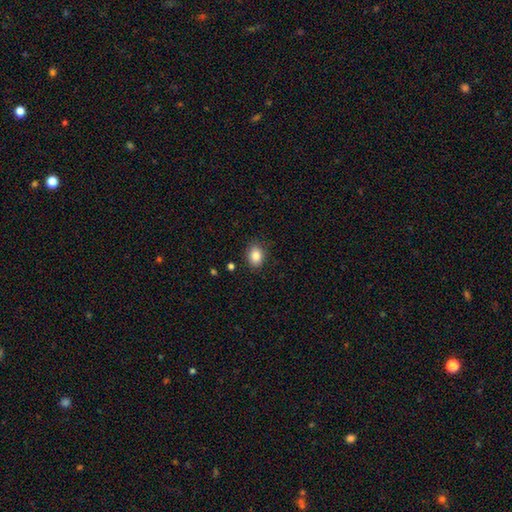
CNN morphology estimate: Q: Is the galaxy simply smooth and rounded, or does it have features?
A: smooth — 86%.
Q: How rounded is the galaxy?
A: in between — 66%.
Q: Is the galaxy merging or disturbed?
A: none — 85%.